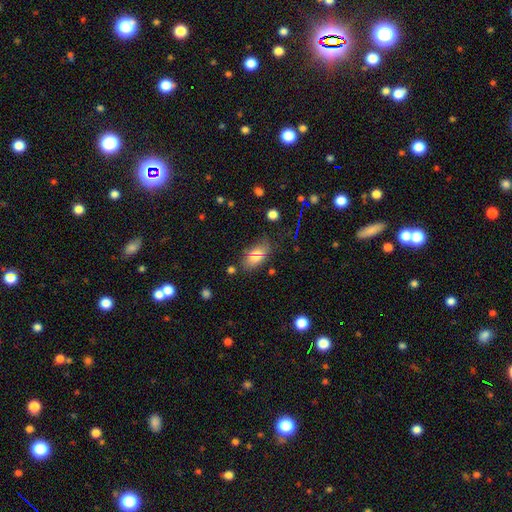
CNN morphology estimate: smooth 73%, featured or disk 15%, star or artifact 11%. Down the decision tree: how rounded — in between (87%); merging — none (64%).